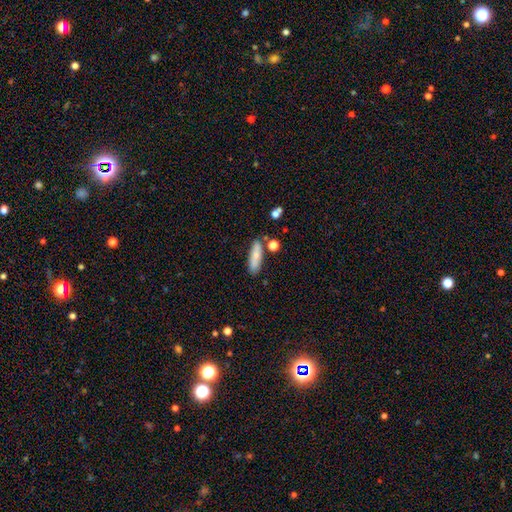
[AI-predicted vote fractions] Smooth or featured? smooth (77%)
How rounded? cigar-shaped (54%)
Merging? none (77%)